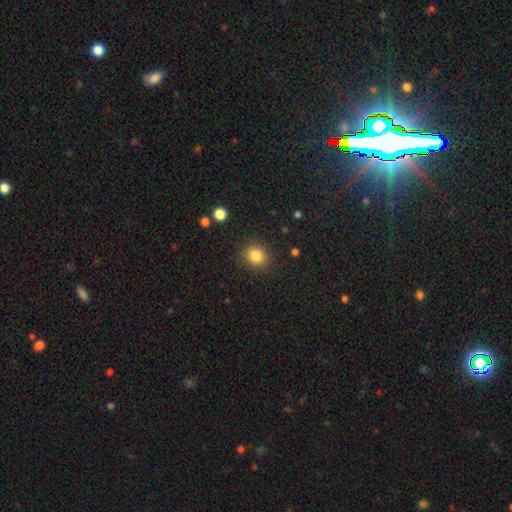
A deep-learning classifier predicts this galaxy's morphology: The model was most divided on "how rounded": round: 81%, in between: 18%, cigar-shaped: 1%. More confident: merging — none (89%); smooth or featured — smooth (84%).